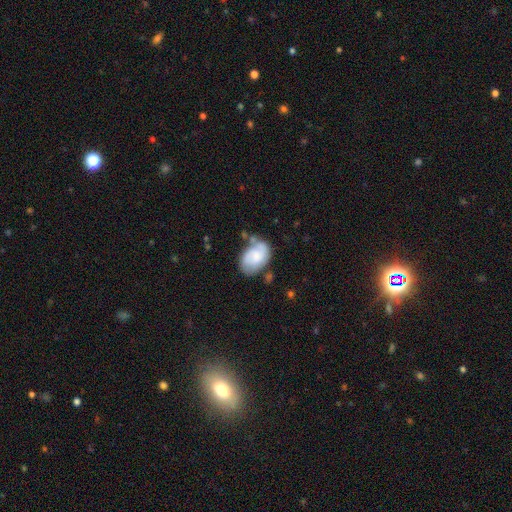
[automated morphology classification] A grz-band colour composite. It shows a smooth galaxy with no disk features (51%) that is in between round and cigar-shaped (85%). Merging: none (48%).